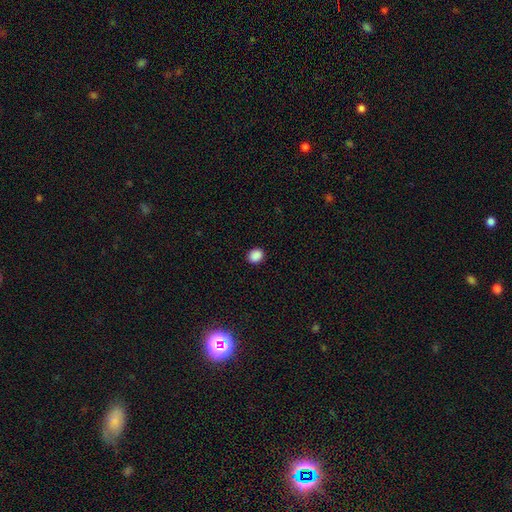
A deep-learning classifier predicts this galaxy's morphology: smooth 88%, star or artifact 10%, featured or disk 2%. Down the decision tree: how rounded — round (68%); merging — none (91%).